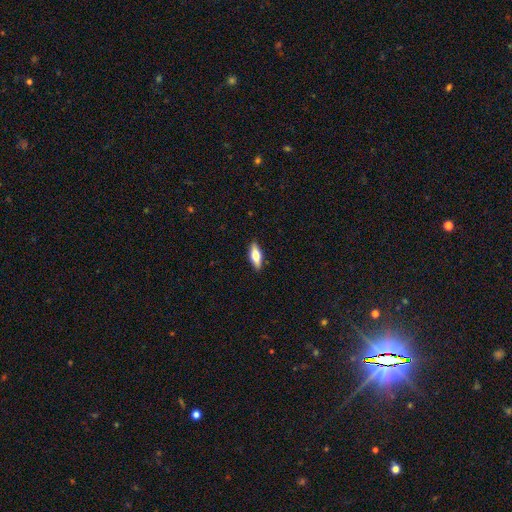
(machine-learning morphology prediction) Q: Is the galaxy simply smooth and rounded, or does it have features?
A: smooth — 57%.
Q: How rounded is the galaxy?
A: in between — 64%.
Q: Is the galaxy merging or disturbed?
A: none — 90%.